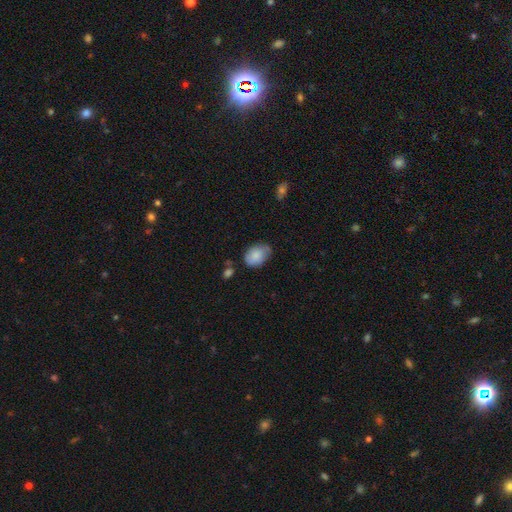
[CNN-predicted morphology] Smooth or featured?
  - smooth: 83% *
  - featured or disk: 10%
  - star or artifact: 7%
How rounded?
  - in between: 82% *
  - round: 17%
  - cigar-shaped: 1%
Merging?
  - none: 61% *
  - minor disturbance: 29%
  - major disturbance: 6%
  - merger: 4%